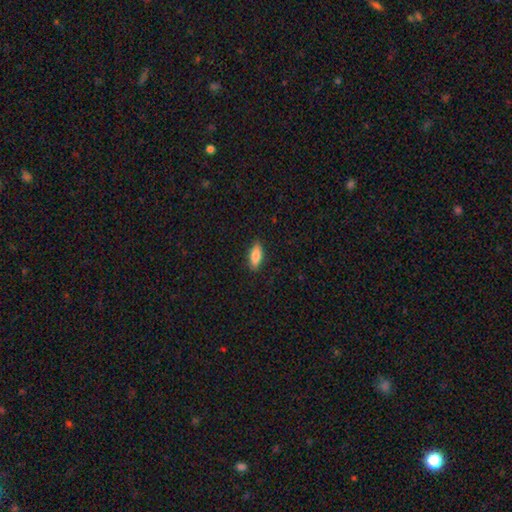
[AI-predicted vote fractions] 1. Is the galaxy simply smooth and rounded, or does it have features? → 84% smooth, 10% featured or disk, 6% star or artifact.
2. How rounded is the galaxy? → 71% in between, 27% cigar-shaped, 2% round.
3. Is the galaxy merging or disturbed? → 88% none, 9% minor disturbance, 2% major disturbance, 1% merger.